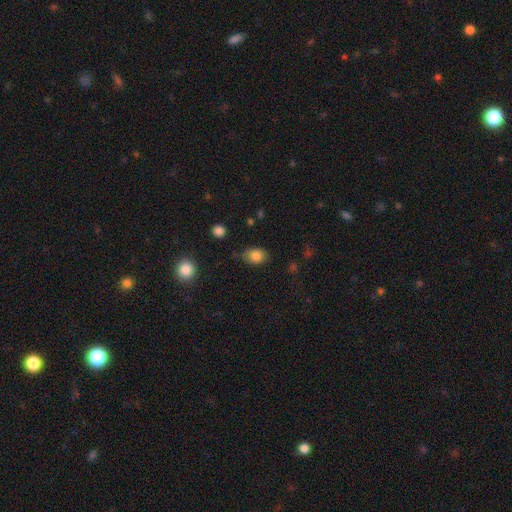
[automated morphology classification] Q: Smooth or featured?
A: smooth (84%); runner-up: star or artifact (10%)
Q: How rounded?
A: in between (64%); runner-up: round (34%)
Q: Merging?
A: none (66%); runner-up: minor disturbance (25%)